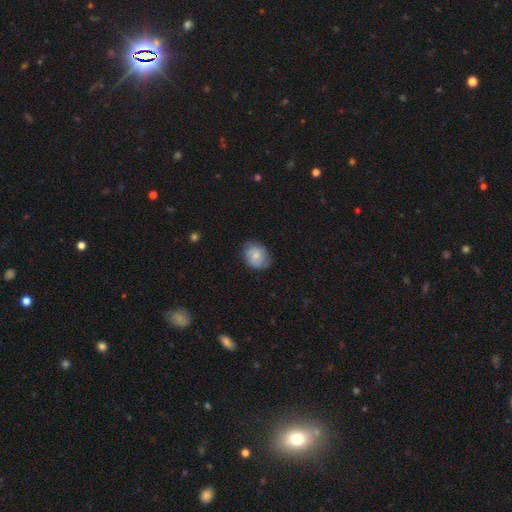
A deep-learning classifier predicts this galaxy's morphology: This is likely a smooth galaxy (66%). How rounded: possibly in between (51%). Merging: likely none (71%).